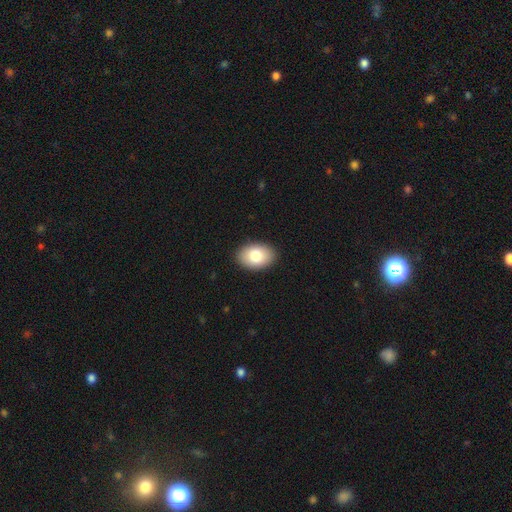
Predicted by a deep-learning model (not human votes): Smooth or featured?
  - smooth: 82% *
  - featured or disk: 11%
  - star or artifact: 7%
How rounded?
  - in between: 87% *
  - round: 12%
  - cigar-shaped: 1%
Merging?
  - none: 91% *
  - minor disturbance: 7%
  - major disturbance: 2%
  - merger: 1%